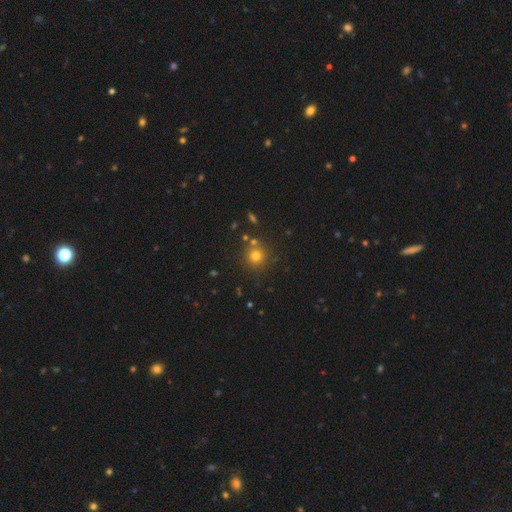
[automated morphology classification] This appears to be a smooth galaxy with no disk features (75%) that is round (93%). Merging: none (79%).